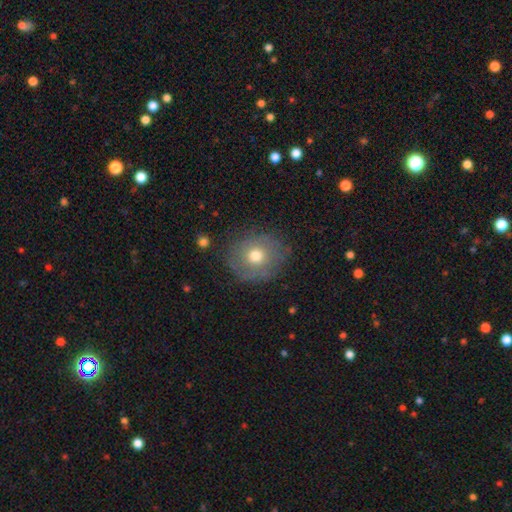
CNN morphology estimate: A smooth galaxy with no disk features (66%) that is round (76%). Merging: none (80%).